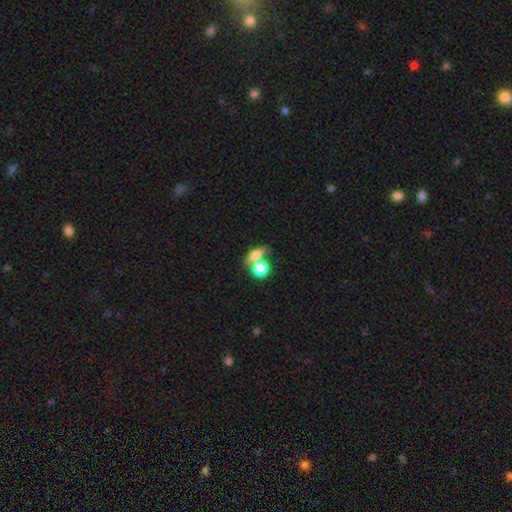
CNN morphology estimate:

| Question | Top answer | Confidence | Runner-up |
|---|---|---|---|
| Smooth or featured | smooth | 67% | featured or disk (20%) |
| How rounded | in between | 52% | round (30%) |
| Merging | none | 51% | merger (34%) |